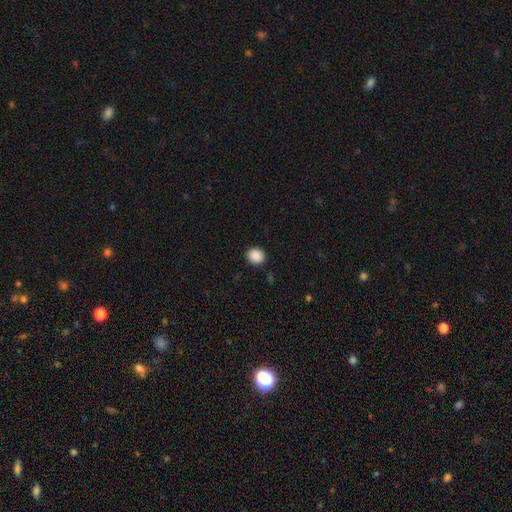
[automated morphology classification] This appears to be a smooth galaxy with no disk features (89%) that is round (81%). Merging: none (91%).